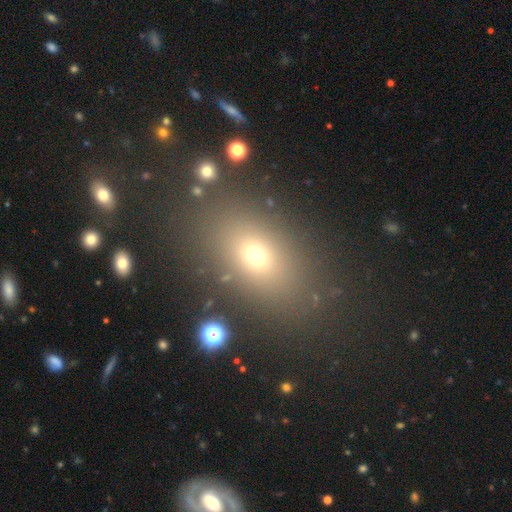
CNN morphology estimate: Q: Smooth or featured?
A: smooth (67%); runner-up: star or artifact (20%)
Q: How rounded?
A: in between (70%); runner-up: round (27%)
Q: Merging?
A: none (84%); runner-up: minor disturbance (8%)